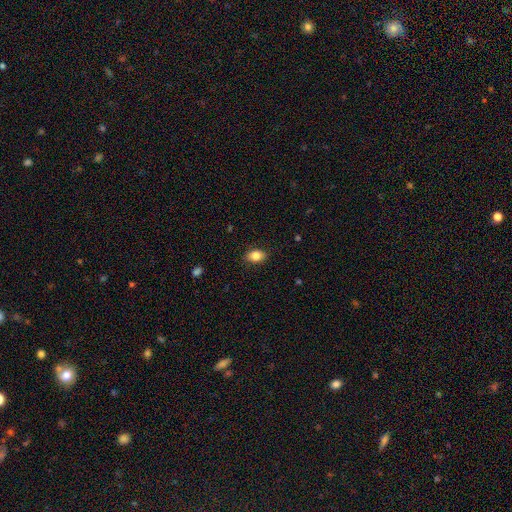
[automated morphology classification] smooth 84%, star or artifact 8%, featured or disk 8%. Down the decision tree: how rounded — in between (83%); merging — none (86%).